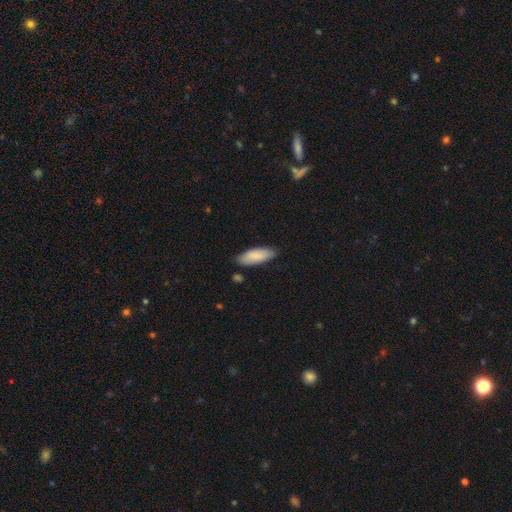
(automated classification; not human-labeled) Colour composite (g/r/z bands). It shows a smooth galaxy with no disk features (86%) that is in between round and cigar-shaped (71%). Merging: none (82%).